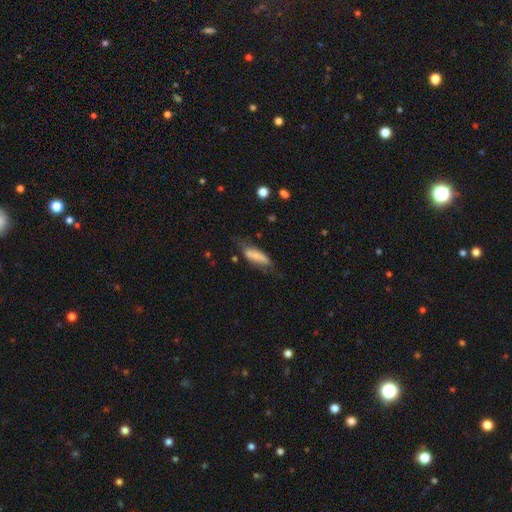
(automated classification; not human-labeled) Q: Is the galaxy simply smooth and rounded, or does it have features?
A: smooth — 73%.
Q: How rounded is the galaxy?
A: in between — 52%.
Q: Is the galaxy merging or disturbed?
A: none — 51%.